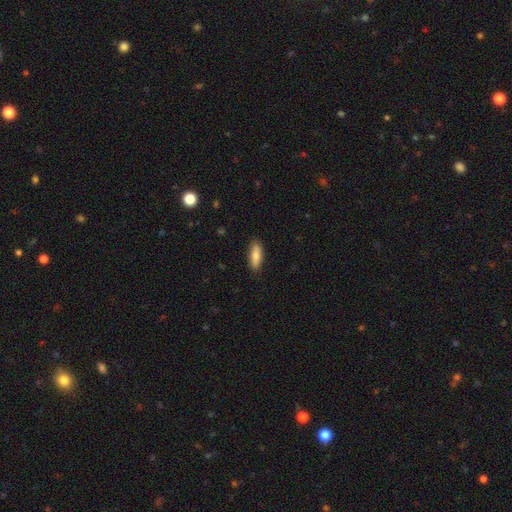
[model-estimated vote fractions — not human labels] Overall: smooth (80%). How rounded: in between (55%; cigar-shaped 43%). Merging: none (86%).